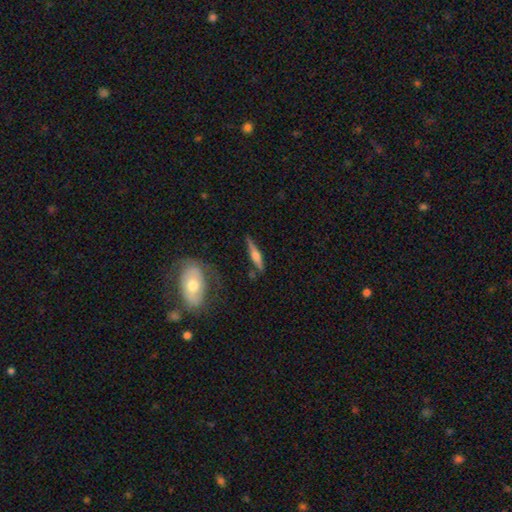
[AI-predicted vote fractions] Q: Smooth or featured?
A: featured or disk (61%); runner-up: smooth (33%)
Q: Edge-on disk?
A: yes (95%); runner-up: no (5%)
Q: Edge-on bulge?
A: rounded (83%); runner-up: boxy (11%)
Q: Merging?
A: none (78%); runner-up: minor disturbance (14%)